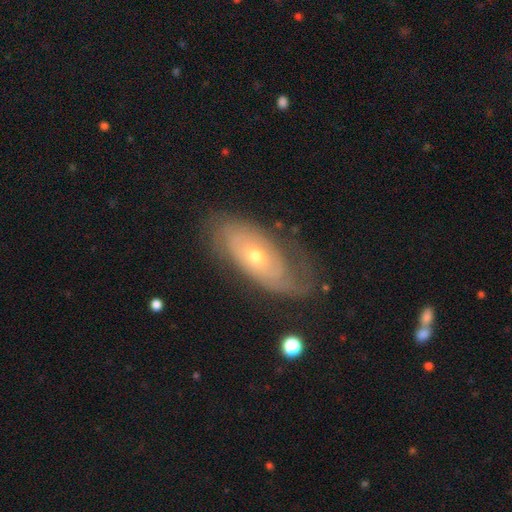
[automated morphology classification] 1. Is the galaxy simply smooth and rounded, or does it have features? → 67% featured or disk, 26% smooth, 7% star or artifact.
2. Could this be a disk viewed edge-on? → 87% no, 13% yes.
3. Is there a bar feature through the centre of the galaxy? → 82% no, 14% weak, 4% strong.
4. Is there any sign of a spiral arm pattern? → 69% yes, 31% no.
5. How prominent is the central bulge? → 51% small, 45% moderate, 2% large, 1% dominant, 1% none.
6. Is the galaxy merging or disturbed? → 67% none, 21% minor disturbance, 11% major disturbance, 2% merger.